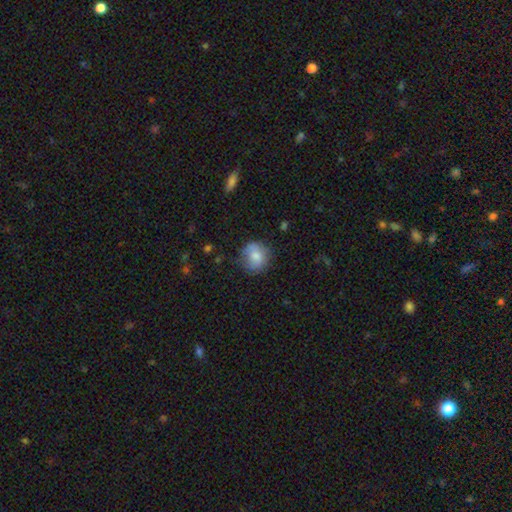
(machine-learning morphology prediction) smooth-or-featured: smooth: 76% | featured or disk: 16% | star or artifact: 8%
  how-rounded: round: 84% | in between: 15% | cigar-shaped: 1%
  merging: none: 70% | minor disturbance: 22% | major disturbance: 6% | merger: 2%